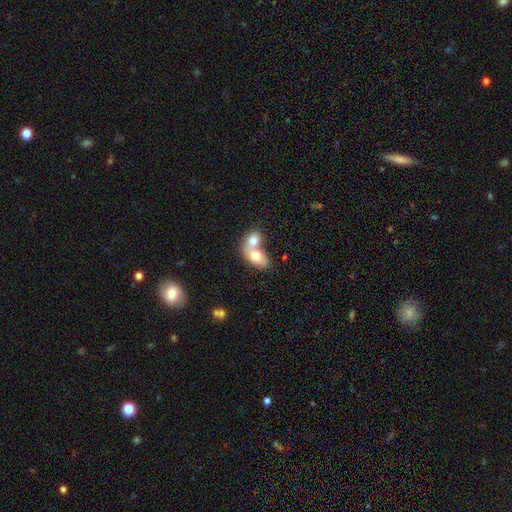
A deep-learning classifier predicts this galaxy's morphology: smooth-or-featured: smooth: 70% | featured or disk: 23% | star or artifact: 6%
  how-rounded: in between: 78% | round: 20% | cigar-shaped: 2%
  merging: merger: 78% | none: 14% | minor disturbance: 5% | major disturbance: 3%